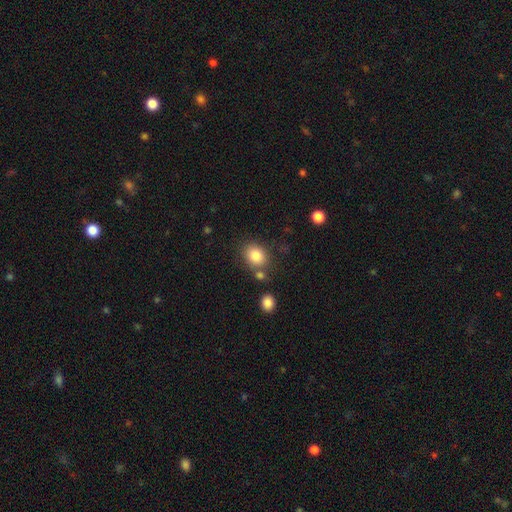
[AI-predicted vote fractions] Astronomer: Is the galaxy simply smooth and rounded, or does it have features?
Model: smooth — 84%.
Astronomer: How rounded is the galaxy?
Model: round — 51% (runner-up: in between, 49%).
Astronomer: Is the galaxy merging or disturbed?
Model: none — 71%.